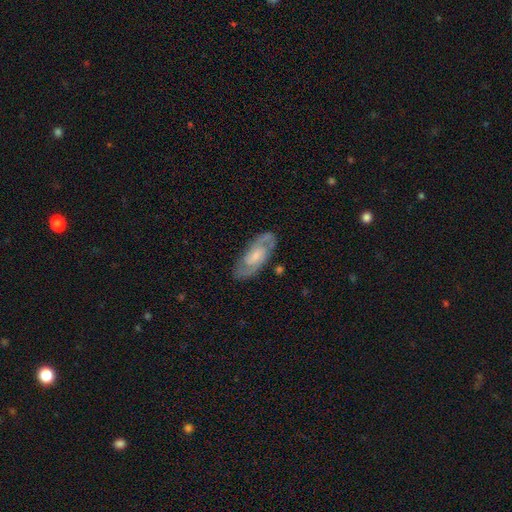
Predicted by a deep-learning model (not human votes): This is clearly a featured or disk galaxy (83%). It is clearly not viewed edge-on (94%). Bar: possibly weak (47%). Spiral arm pattern: clearly yes (95%). Spiral arm count: clearly 2 (87%). Spiral winding: possibly medium (50%). Central bulge: possibly small (54%). Merging: clearly none (83%).